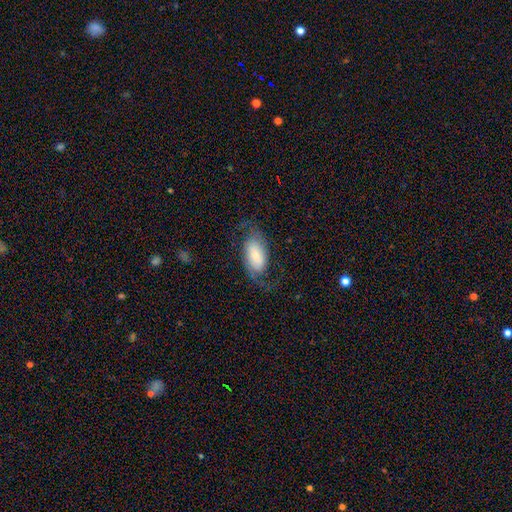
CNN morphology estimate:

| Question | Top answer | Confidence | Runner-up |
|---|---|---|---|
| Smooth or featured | featured or disk | 62% | smooth (30%) |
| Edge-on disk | no | 95% | yes (5%) |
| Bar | no | 47% | weak (36%) |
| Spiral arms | yes | 91% | no (9%) |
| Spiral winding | loose | 51% | medium (37%) |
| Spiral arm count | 2 | 89% | can't tell (5%) |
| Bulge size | small | 44% | moderate (22%) |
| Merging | none | 64% | minor disturbance (18%) |